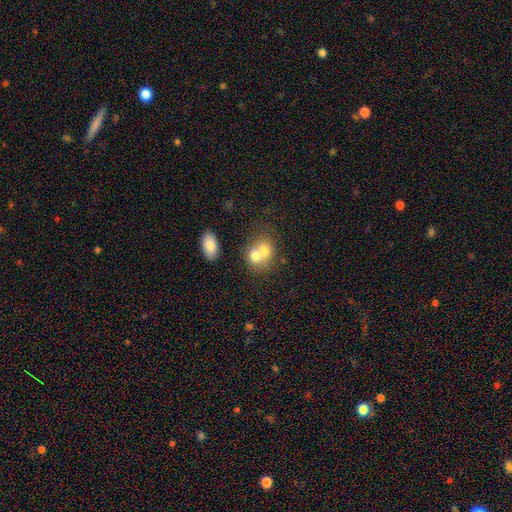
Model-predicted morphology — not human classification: Smooth or featured: smooth — 69% (featured or disk — 22%)
How rounded: round — 56% (in between — 43%)
Merging: merger — 69% (none — 23%)